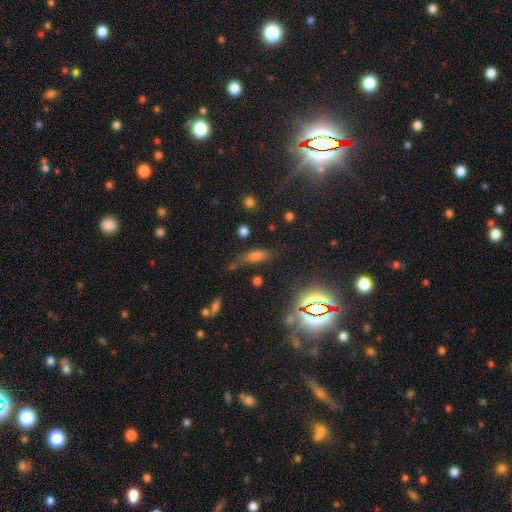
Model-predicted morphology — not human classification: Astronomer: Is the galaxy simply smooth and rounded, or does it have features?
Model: smooth — 59%.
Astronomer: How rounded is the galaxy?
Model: in between — 57% (runner-up: cigar-shaped, 37%).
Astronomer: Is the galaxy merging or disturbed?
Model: none — 67%.